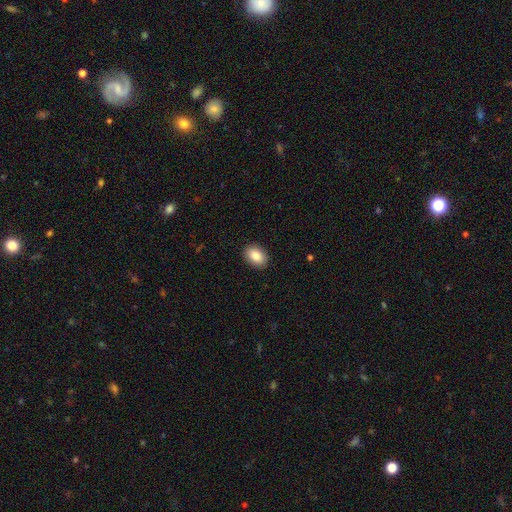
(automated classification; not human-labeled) This is clearly a smooth galaxy (86%). How rounded: likely in between (78%). Merging: clearly none (90%).